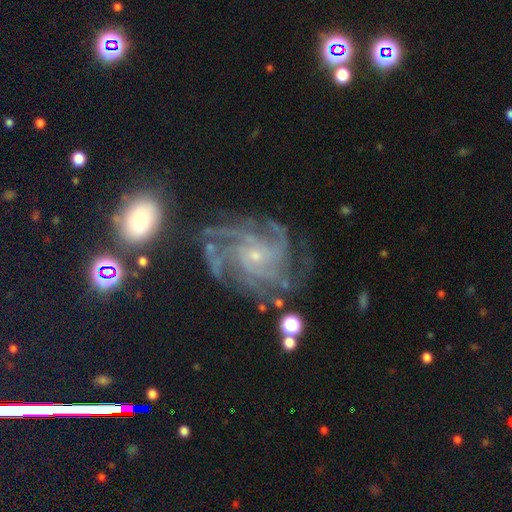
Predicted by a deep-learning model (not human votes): This is clearly a featured or disk galaxy (89%). It is clearly not viewed edge-on (98%). Bar: likely no (69%). Spiral arm pattern: clearly yes (98%). Spiral arm count: marginally 4 (40%). Spiral winding: possibly tight (56%). Central bulge: likely small (78%). Merging: likely none (65%).